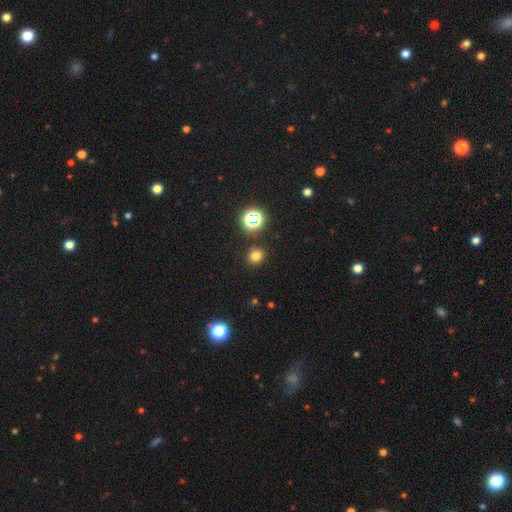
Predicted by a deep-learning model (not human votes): A smooth galaxy with no disk features (73%) that is round (81%).

Vote fractions:
- Smooth or featured? smooth: 73% / star or artifact: 21% / featured or disk: 6%
- How rounded? round: 81% / in between: 18% / cigar-shaped: 1%
- Merging? none: 87% / minor disturbance: 7% / merger: 3% / major disturbance: 2%